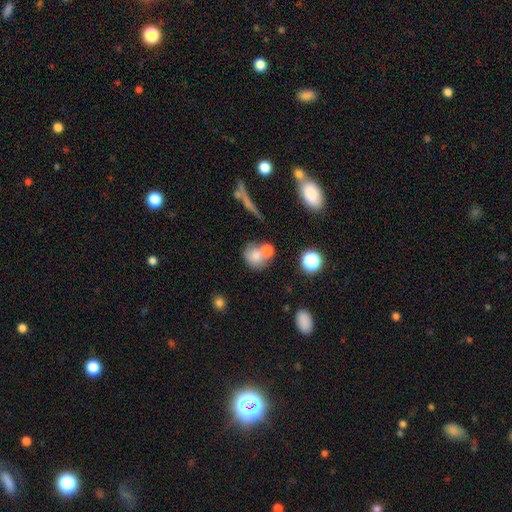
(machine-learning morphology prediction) Smooth or featured? Predicted: smooth (p=0.73). How rounded? Predicted: round (p=0.75). Merging? Predicted: none (p=0.46).